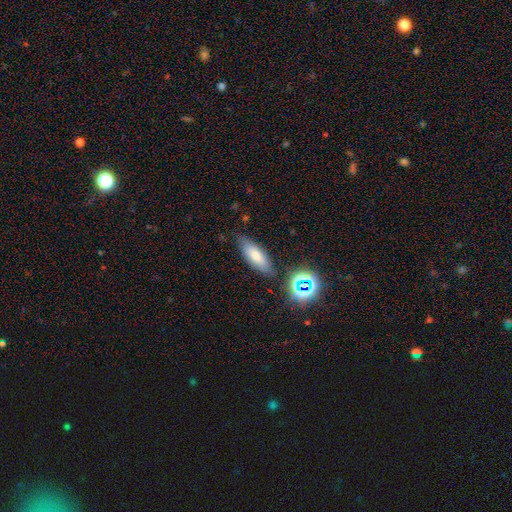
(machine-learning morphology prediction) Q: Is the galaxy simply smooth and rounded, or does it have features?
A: smooth — 65%.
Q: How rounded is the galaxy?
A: in between — 60%.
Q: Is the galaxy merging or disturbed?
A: none — 77%.